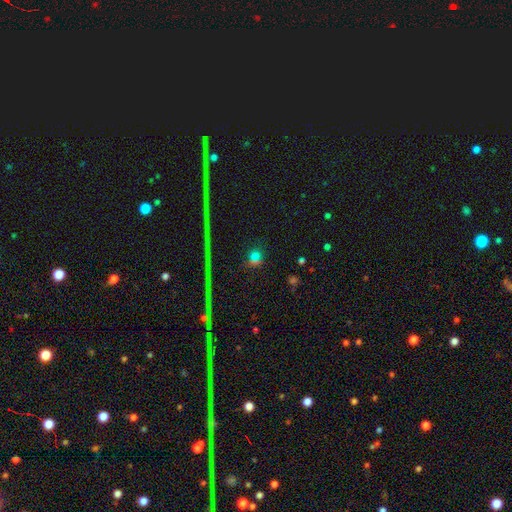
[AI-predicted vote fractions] Smooth or featured?
  - smooth: 48% *
  - star or artifact: 42%
  - featured or disk: 11%
Merging?
  - none: 72% *
  - merger: 13%
  - minor disturbance: 9%
  - major disturbance: 5%